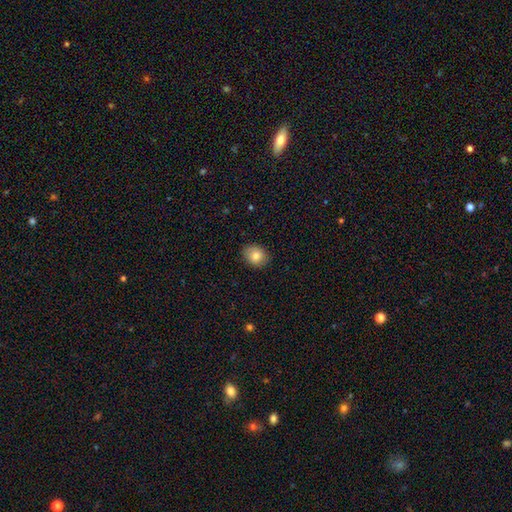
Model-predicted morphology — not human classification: A smooth galaxy with no disk features (82%) that is in between round and cigar-shaped (52%).

Vote fractions:
- Smooth or featured? smooth: 82% / featured or disk: 9% / star or artifact: 8%
- How rounded? in between: 52% / round: 47% / cigar-shaped: 1%
- Merging? none: 87% / minor disturbance: 10% / major disturbance: 2% / merger: 1%